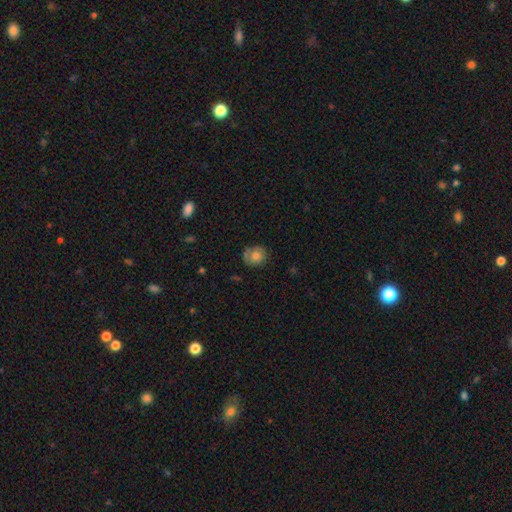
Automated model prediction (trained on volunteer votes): A smooth galaxy with no disk features (68%) that is round (75%). Merging: none (69%).